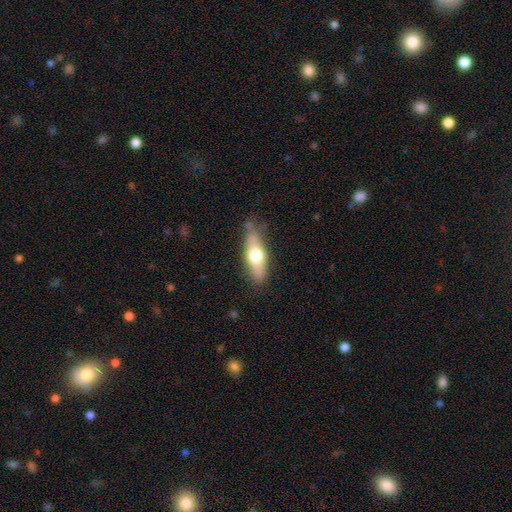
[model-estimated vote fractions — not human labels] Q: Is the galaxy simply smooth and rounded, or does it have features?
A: smooth — 56%.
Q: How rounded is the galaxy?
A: in between — 51%.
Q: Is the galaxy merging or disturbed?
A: none — 75%.